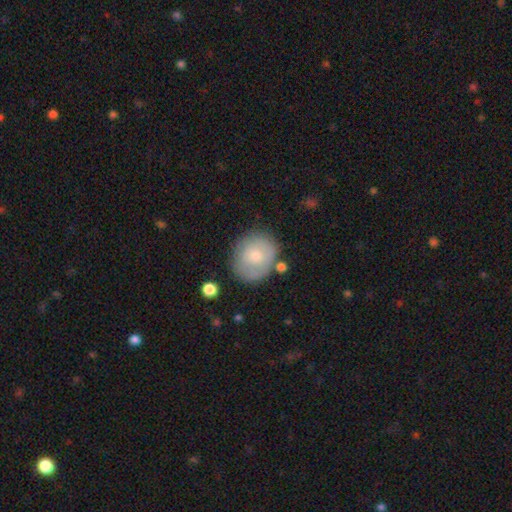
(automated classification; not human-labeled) Smooth or featured: smooth — 64% (featured or disk — 30%)
How rounded: round — 71% (in between — 28%)
Merging: none — 69% (minor disturbance — 20%)